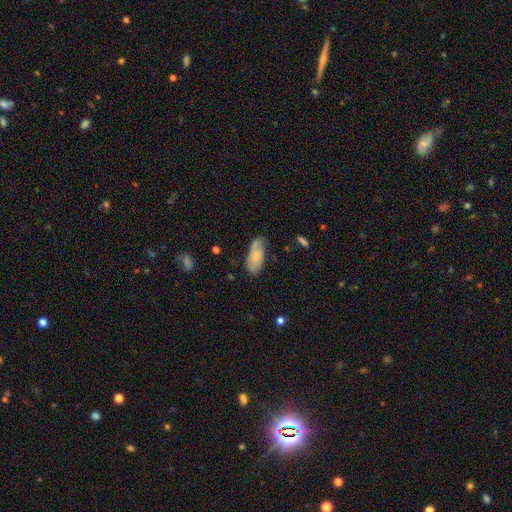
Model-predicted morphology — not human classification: Overall: smooth (63%; featured or disk 30%). How rounded: in between (87%). Merging: none (56%; minor disturbance 30%).